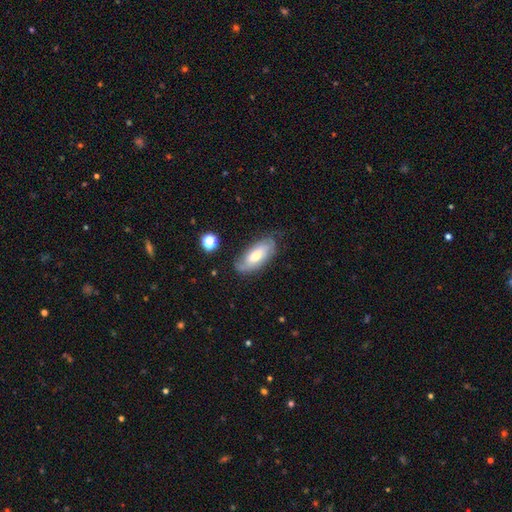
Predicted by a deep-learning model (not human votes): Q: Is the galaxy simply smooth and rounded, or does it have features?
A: featured or disk — 49%.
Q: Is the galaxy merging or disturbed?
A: none — 69%.